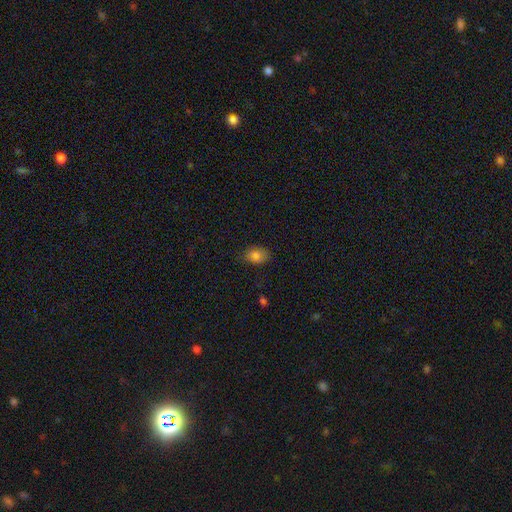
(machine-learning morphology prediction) Overall: smooth (83%). How rounded: in between (79%). Merging: none (80%).